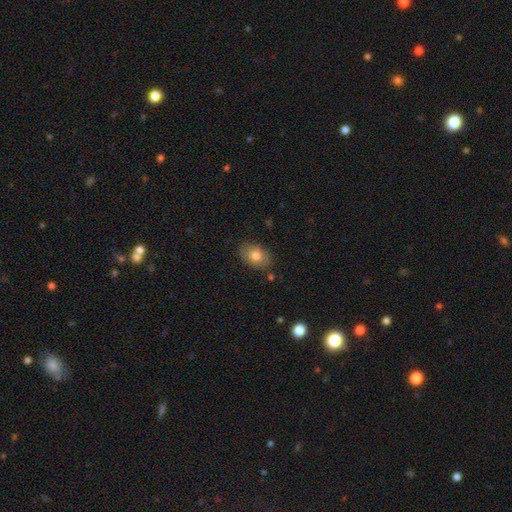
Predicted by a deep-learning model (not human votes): Smooth or featured?
  - smooth: 78% *
  - featured or disk: 14%
  - star or artifact: 8%
How rounded?
  - in between: 80% *
  - round: 19%
  - cigar-shaped: 1%
Merging?
  - none: 83% *
  - minor disturbance: 13%
  - major disturbance: 3%
  - merger: 2%